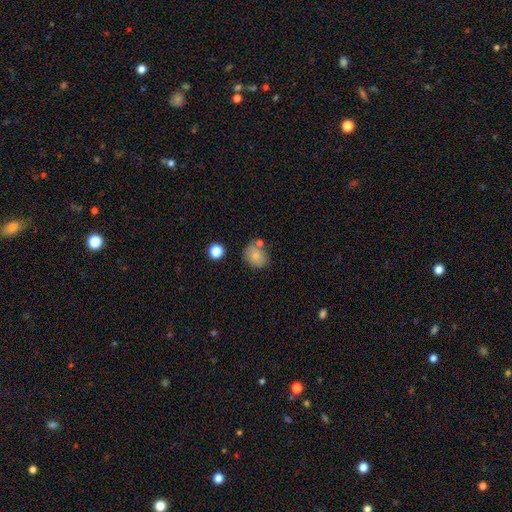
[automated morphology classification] Smooth or featured? smooth (79%)
How rounded? round (58%)
Merging? none (62%)